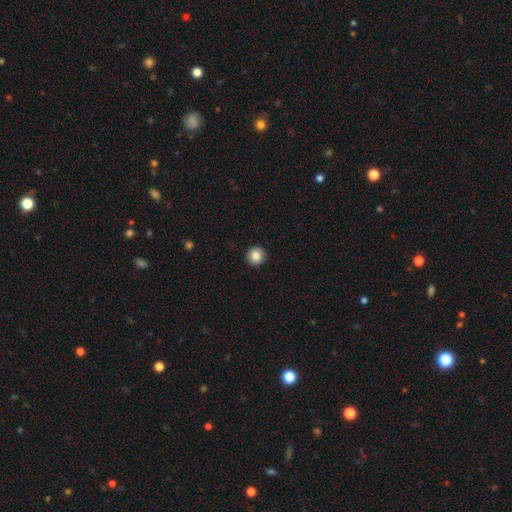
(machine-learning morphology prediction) The model was most divided on "smooth or featured": smooth: 86%, star or artifact: 9%, featured or disk: 5%. More confident: how rounded — round (95%); merging — none (92%).